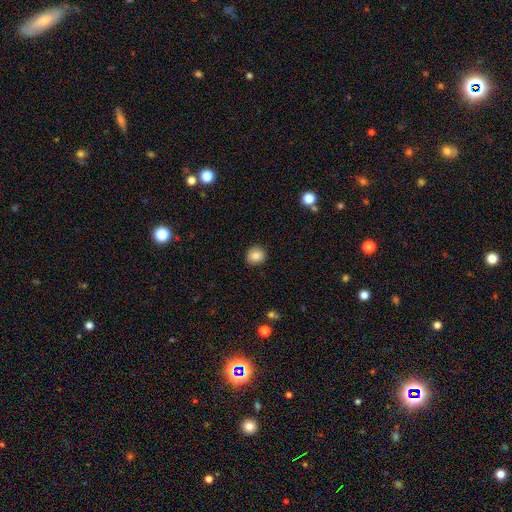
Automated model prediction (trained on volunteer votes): This is clearly a smooth galaxy (84%). How rounded: clearly round (81%). Merging: clearly none (88%).